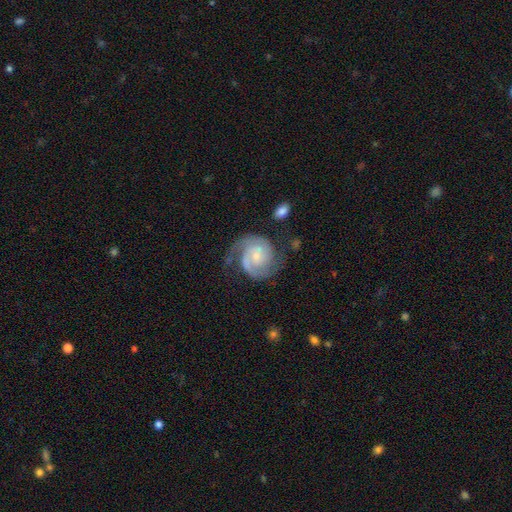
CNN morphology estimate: Smooth or featured? Predicted: featured or disk (p=0.86). Edge-on disk? Predicted: no (p=0.98). Bar? Predicted: no (p=0.59). Spiral arms? Predicted: yes (p=0.97). Spiral winding? Predicted: tight (p=0.47). Spiral arm count? Predicted: 2 (p=0.75). Bulge size? Predicted: small (p=0.68). Merging? Predicted: none (p=0.63).